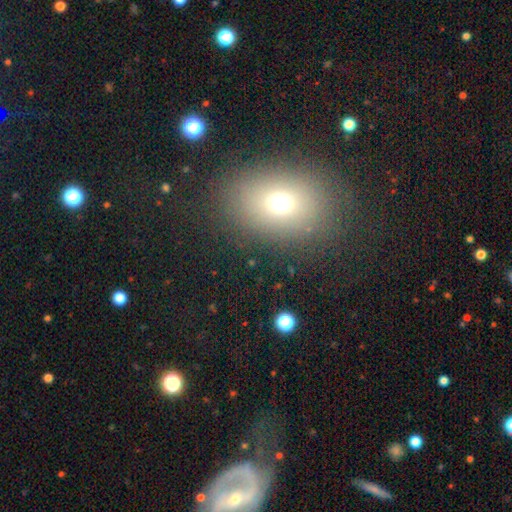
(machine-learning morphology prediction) smooth_or_featured: smooth (p=0.59) [alt: featured or disk p=0.21]
how_rounded: in between (p=0.70) [alt: round p=0.28]
merging: none (p=0.82) [alt: minor disturbance p=0.11]